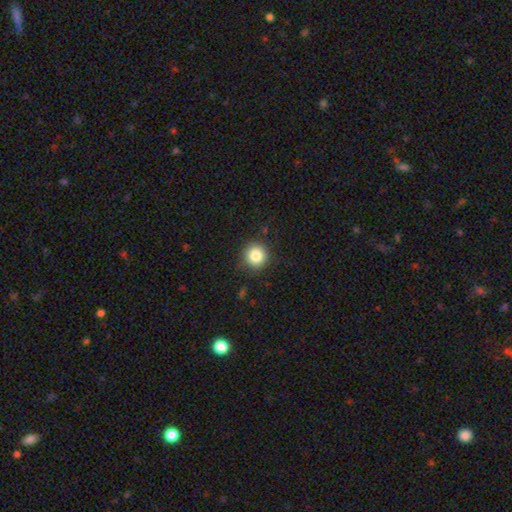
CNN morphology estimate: Overall: smooth (84%). How rounded: round (94%). Merging: none (88%).